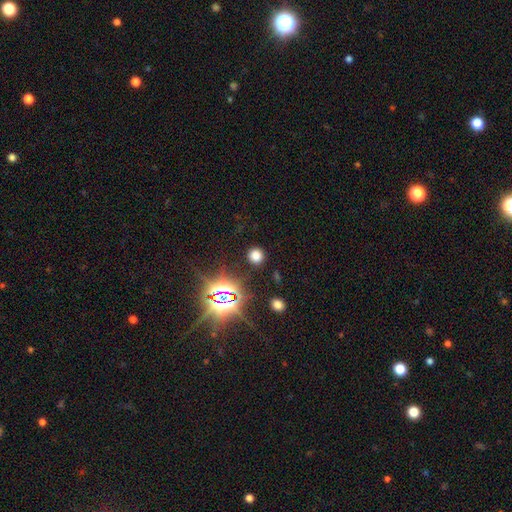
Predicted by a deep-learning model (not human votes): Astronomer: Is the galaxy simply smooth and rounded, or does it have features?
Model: smooth — 66%.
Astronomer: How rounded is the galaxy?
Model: round — 89%.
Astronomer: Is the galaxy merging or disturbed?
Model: none — 88%.